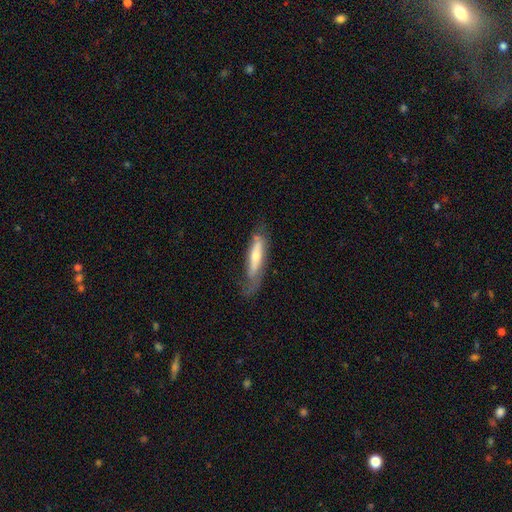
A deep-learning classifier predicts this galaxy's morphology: featured or disk 58%, smooth 35%, star or artifact 7%. Down the decision tree: edge-on disk — yes (55%); merging — none (56%).